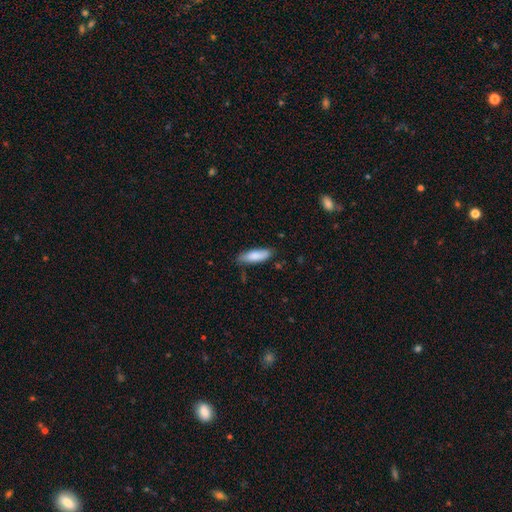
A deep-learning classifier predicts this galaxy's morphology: This is clearly a smooth galaxy (83%). How rounded: possibly in between (52%). Merging: likely none (75%).